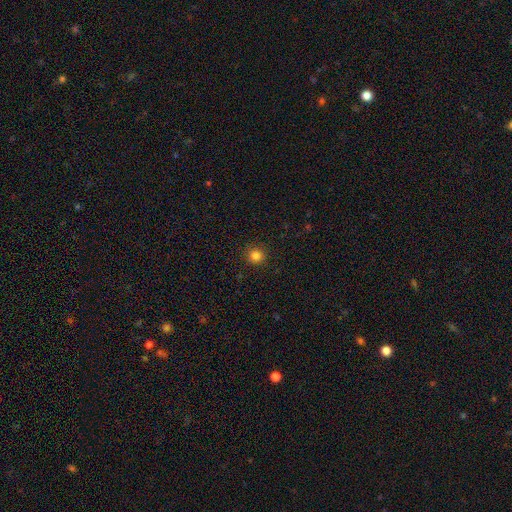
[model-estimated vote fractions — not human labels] smooth_or_featured: smooth (p=0.83) [alt: star or artifact p=0.13]
how_rounded: round (p=0.94) [alt: in between p=0.05]
merging: none (p=0.92) [alt: minor disturbance p=0.06]